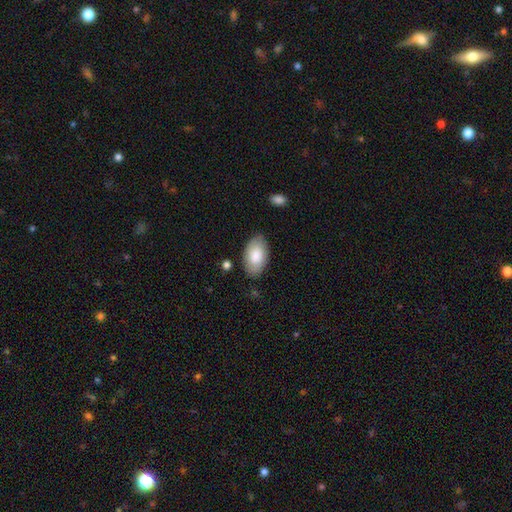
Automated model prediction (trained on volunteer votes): This appears to be a smooth galaxy with no disk features (80%) that is in between round and cigar-shaped (95%). Merging: none (81%).